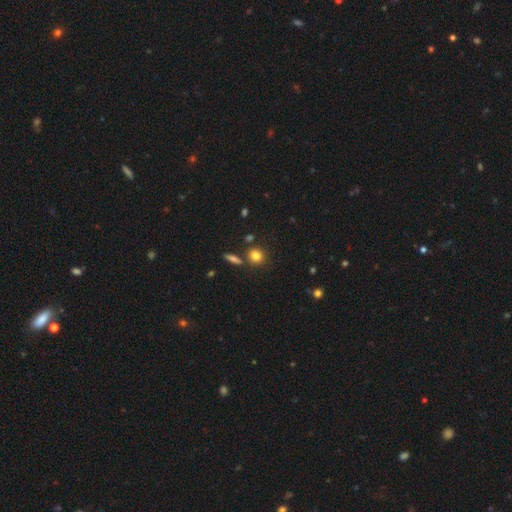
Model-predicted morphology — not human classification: A smooth galaxy with no disk features (81%) that is round (80%).

Vote fractions:
- Smooth or featured? smooth: 81% / star or artifact: 11% / featured or disk: 8%
- How rounded? round: 80% / in between: 18% / cigar-shaped: 2%
- Merging? none: 77% / merger: 10% / minor disturbance: 10% / major disturbance: 3%